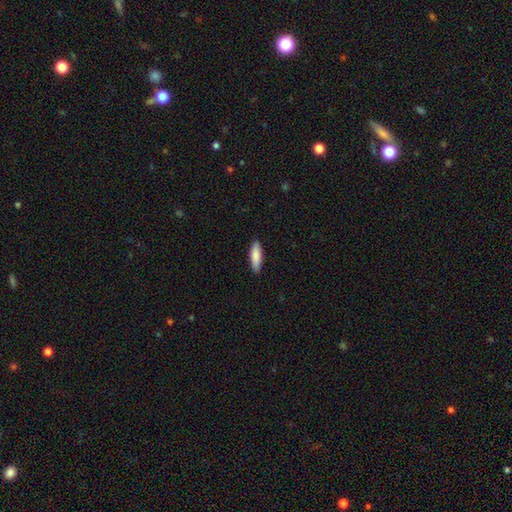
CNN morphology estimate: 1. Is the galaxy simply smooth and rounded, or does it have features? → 86% smooth, 8% featured or disk, 5% star or artifact.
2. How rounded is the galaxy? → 54% cigar-shaped, 45% in between, 2% round.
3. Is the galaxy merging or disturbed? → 89% none, 8% minor disturbance, 2% major disturbance, 1% merger.